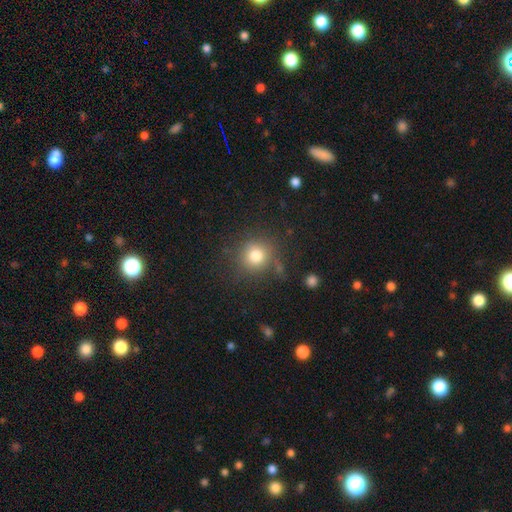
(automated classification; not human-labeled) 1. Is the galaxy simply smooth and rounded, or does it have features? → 78% smooth, 13% star or artifact, 9% featured or disk.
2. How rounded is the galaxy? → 88% round, 11% in between, 1% cigar-shaped.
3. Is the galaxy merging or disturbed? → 76% none, 14% minor disturbance, 6% major disturbance, 4% merger.